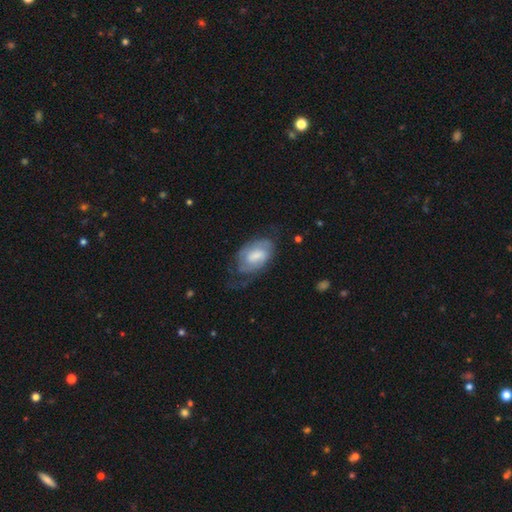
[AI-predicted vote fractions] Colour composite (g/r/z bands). It shows a featured or disk galaxy (52%). Merging: none (45%).